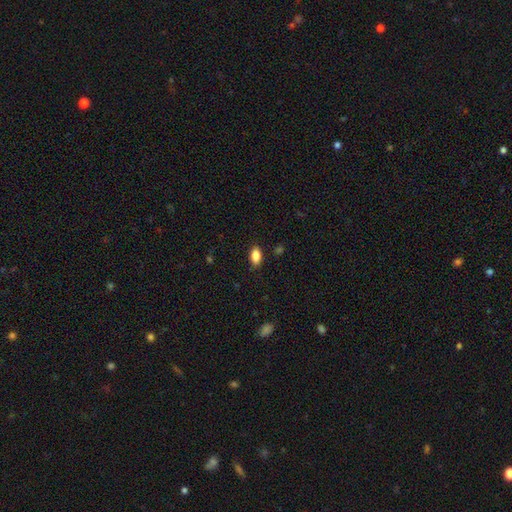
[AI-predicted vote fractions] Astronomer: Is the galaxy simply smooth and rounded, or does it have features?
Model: smooth — 86%.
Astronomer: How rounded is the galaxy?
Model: in between — 90%.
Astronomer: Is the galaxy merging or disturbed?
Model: none — 86%.